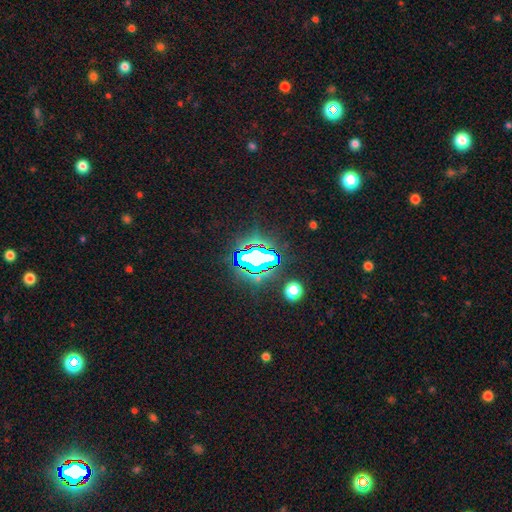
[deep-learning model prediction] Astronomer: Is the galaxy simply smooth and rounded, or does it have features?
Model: star or artifact — 72%.